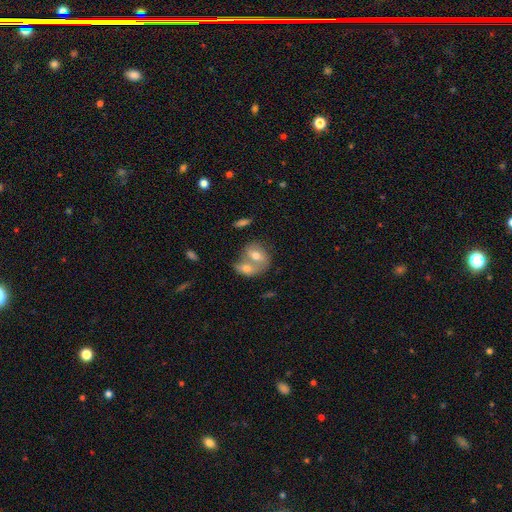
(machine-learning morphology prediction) A smooth galaxy with no disk features (54%) that is in between round and cigar-shaped (55%).

Vote fractions:
- Smooth or featured? smooth: 54% / featured or disk: 36% / star or artifact: 10%
- How rounded? in between: 55% / round: 42% / cigar-shaped: 3%
- Merging? merger: 63% / none: 27% / minor disturbance: 7% / major disturbance: 3%